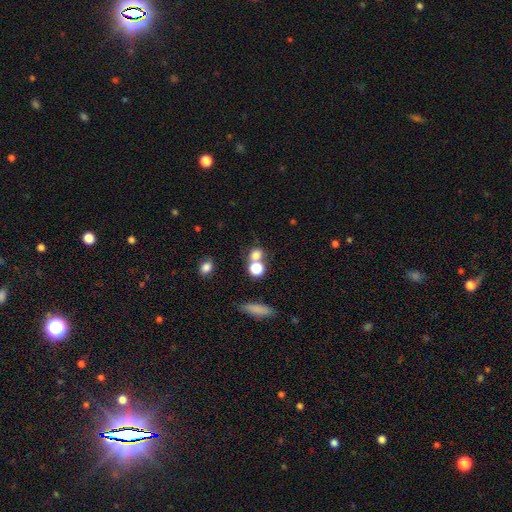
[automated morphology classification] Overall: smooth (73%). How rounded: round (76%). Merging: none (50%; merger 36%).